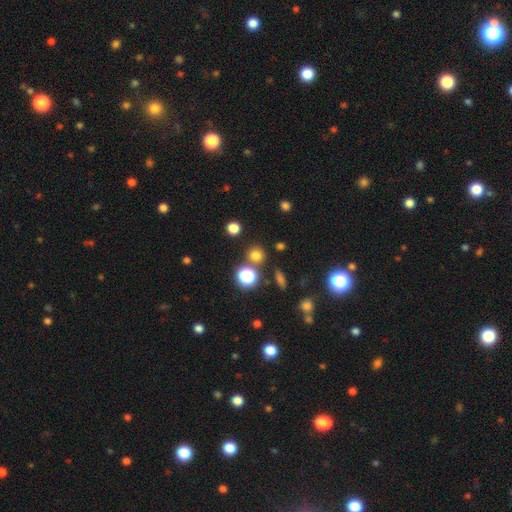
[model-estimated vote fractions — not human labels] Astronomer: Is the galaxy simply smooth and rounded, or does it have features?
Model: smooth — 72%.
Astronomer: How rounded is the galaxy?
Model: round — 90%.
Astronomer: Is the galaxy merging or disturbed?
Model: none — 80%.